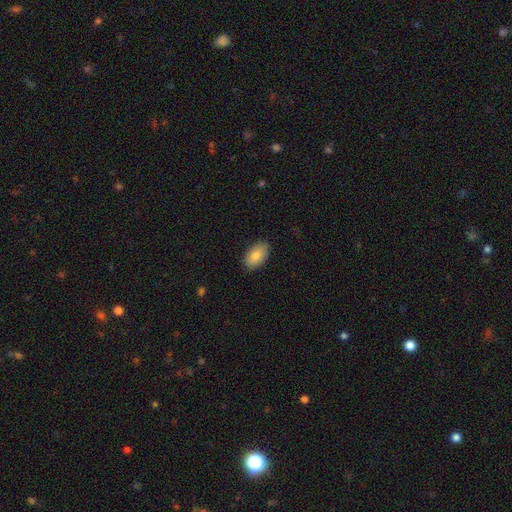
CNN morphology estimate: Smooth or featured?
  - smooth: 82% *
  - featured or disk: 12%
  - star or artifact: 6%
How rounded?
  - in between: 94% *
  - round: 5%
  - cigar-shaped: 1%
Merging?
  - none: 87% *
  - minor disturbance: 10%
  - major disturbance: 2%
  - merger: 1%